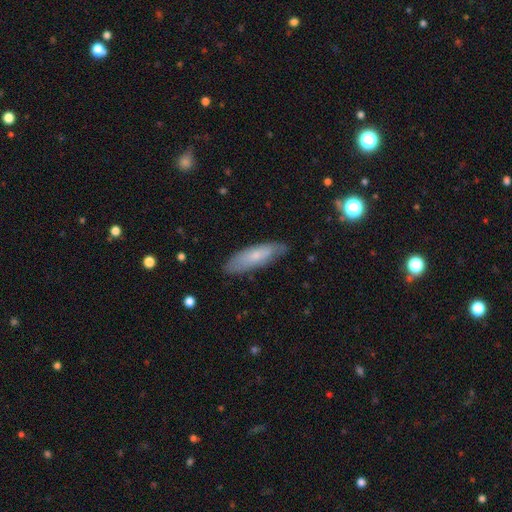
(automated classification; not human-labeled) The model was most divided on "how rounded": cigar-shaped: 54%, in between: 45%, round: 2%. More confident: merging — none (79%); smooth or featured — smooth (64%).